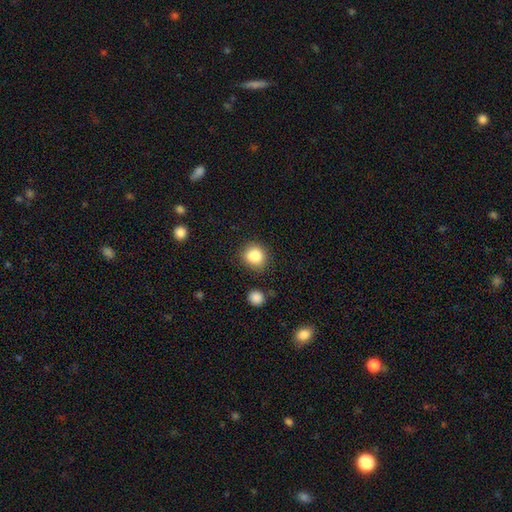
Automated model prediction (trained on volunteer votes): A smooth galaxy with no disk features (86%) that is round (79%). Merging: none (79%).